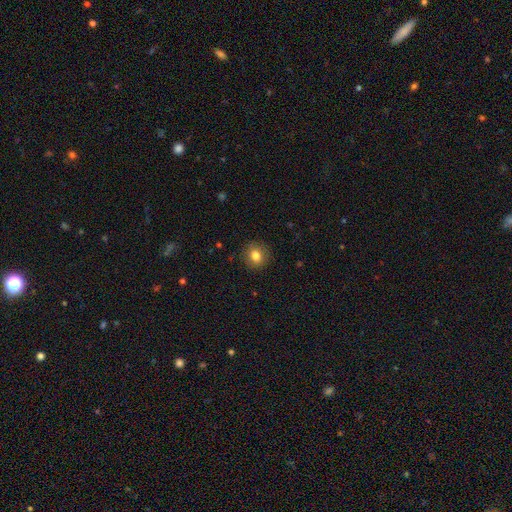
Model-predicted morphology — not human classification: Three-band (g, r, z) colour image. It shows a smooth galaxy with no disk features (82%) that is round (79%). Merging: none (88%).